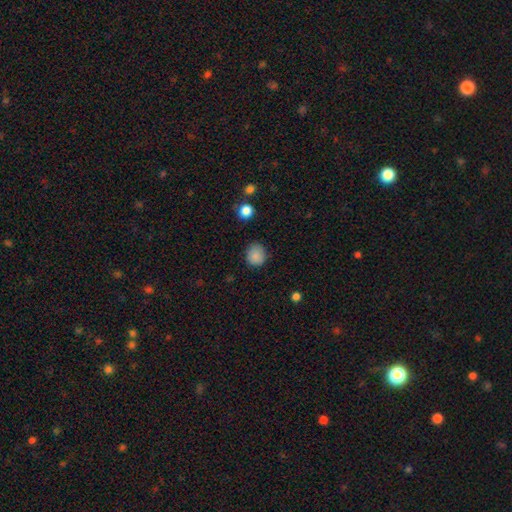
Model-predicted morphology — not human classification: A smooth galaxy with no disk features (86%) that is round (84%). Merging: none (81%).